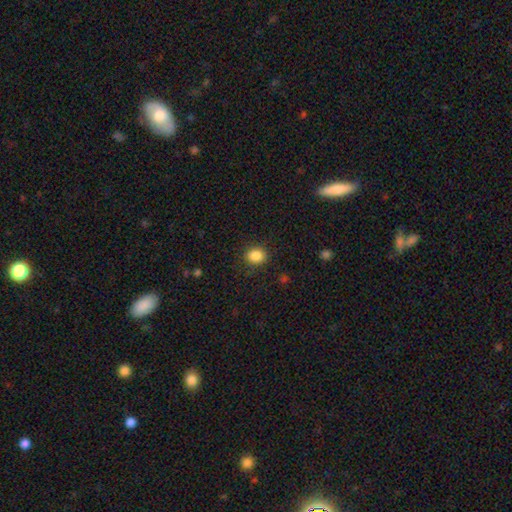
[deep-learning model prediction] A smooth galaxy with no disk features (87%) that is round (55%).

Vote fractions:
- Smooth or featured? smooth: 87% / star or artifact: 10% / featured or disk: 3%
- How rounded? round: 55% / in between: 44% / cigar-shaped: 1%
- Merging? none: 87% / minor disturbance: 9% / major disturbance: 3% / merger: 1%